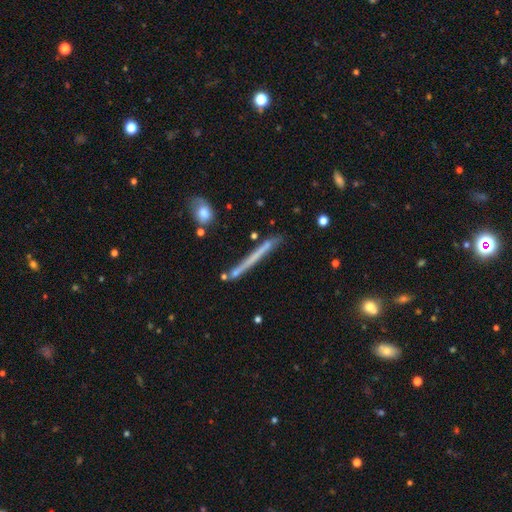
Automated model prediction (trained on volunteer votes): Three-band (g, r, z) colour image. It shows a featured or disk galaxy (49%). Merging: none (81%).